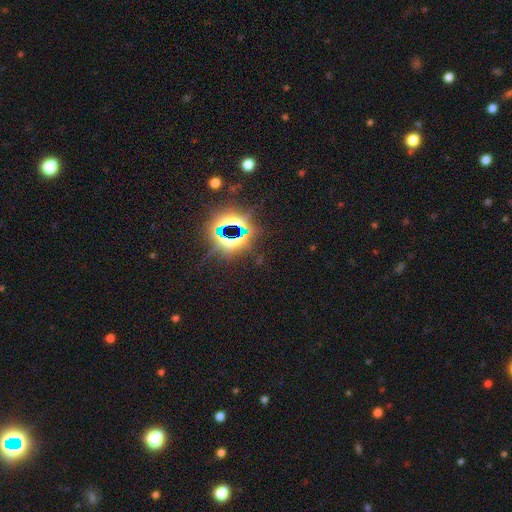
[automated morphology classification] The model was most divided on "smooth or featured": star or artifact: 78%, smooth: 12%, featured or disk: 10%.